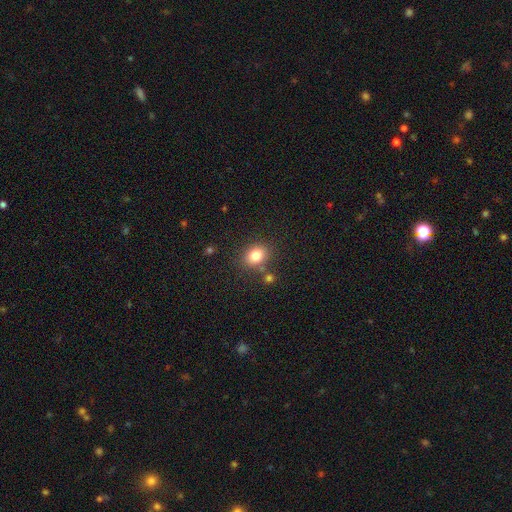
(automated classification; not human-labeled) Smooth or featured?
  - smooth: 81% *
  - star or artifact: 11%
  - featured or disk: 8%
How rounded?
  - round: 51% *
  - in between: 48%
  - cigar-shaped: 1%
Merging?
  - none: 77% *
  - minor disturbance: 11%
  - merger: 9%
  - major disturbance: 3%